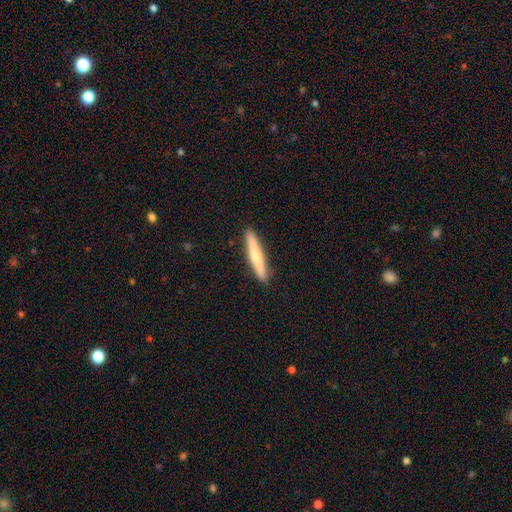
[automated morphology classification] A smooth galaxy with no disk features (59%) that is cigar-shaped (94%). Merging: none (92%).